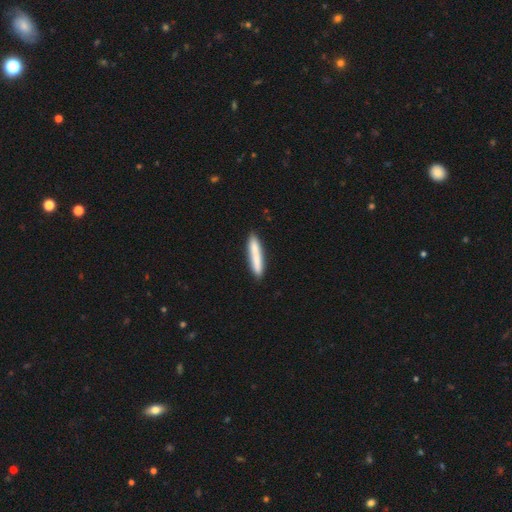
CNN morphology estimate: Smooth or featured?
  - smooth: 78% *
  - featured or disk: 16%
  - star or artifact: 6%
How rounded?
  - cigar-shaped: 94% *
  - in between: 5%
  - round: 1%
Merging?
  - none: 88% *
  - minor disturbance: 9%
  - merger: 2%
  - major disturbance: 2%